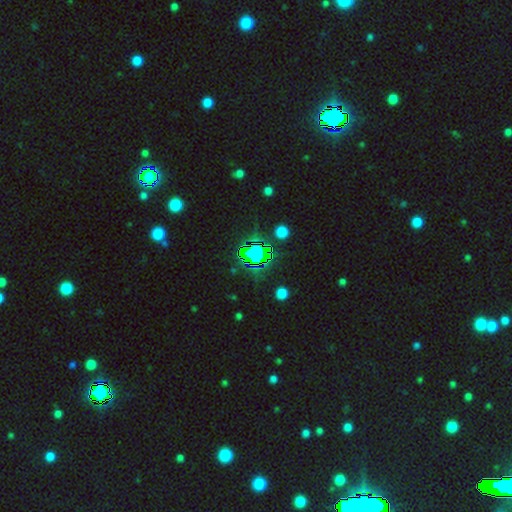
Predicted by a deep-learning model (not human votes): This is likely a star or artifact rather than a galaxy (72%).